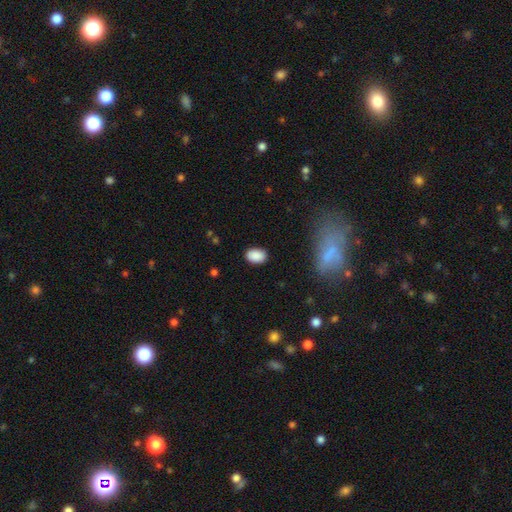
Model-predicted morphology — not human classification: Smooth or featured? smooth (88%)
How rounded? in between (81%)
Merging? none (85%)